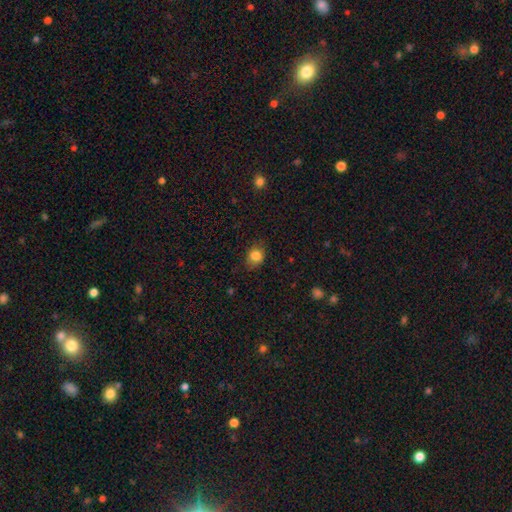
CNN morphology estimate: smooth 83%, star or artifact 10%, featured or disk 7%. Down the decision tree: how rounded — round (53%); merging — none (74%).